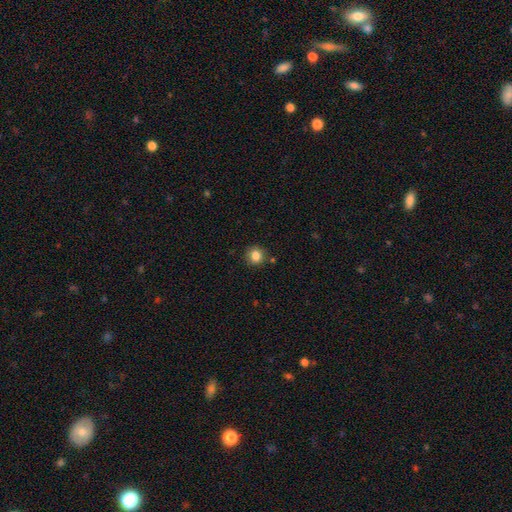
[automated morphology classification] Smooth or featured? smooth (84%)
How rounded? round (87%)
Merging? none (87%)